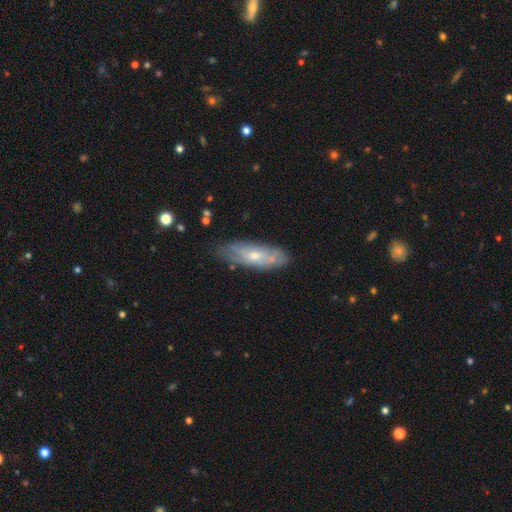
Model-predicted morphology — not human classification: This appears to be a featured or disk galaxy (52%). Merging: none (71%).